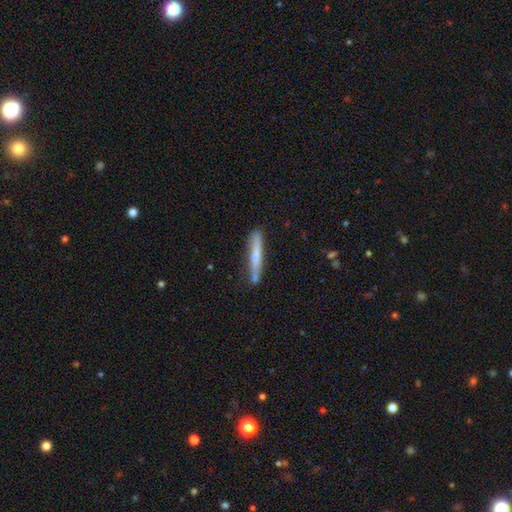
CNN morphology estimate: smooth-or-featured: featured or disk: 51% | smooth: 43% | star or artifact: 6%
  disk-edge-on: yes: 92% | no: 8%
  merging: none: 80% | minor disturbance: 13% | merger: 5% | major disturbance: 2%